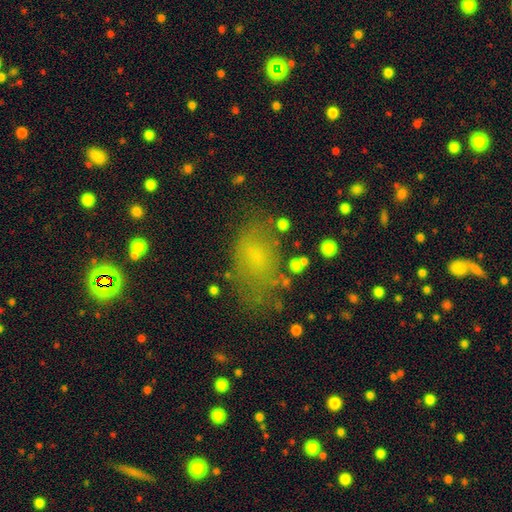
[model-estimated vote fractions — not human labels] Q: Smooth or featured?
A: smooth (65%); runner-up: featured or disk (19%)
Q: How rounded?
A: in between (86%); runner-up: round (12%)
Q: Merging?
A: none (62%); runner-up: minor disturbance (22%)